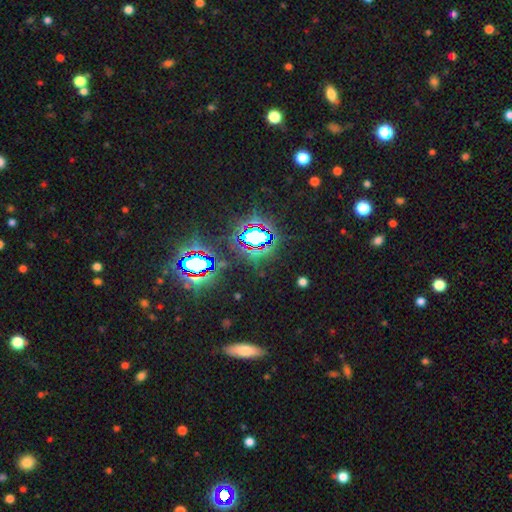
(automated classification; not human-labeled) smooth-or-featured: star or artifact: 79% | smooth: 12% | featured or disk: 9%